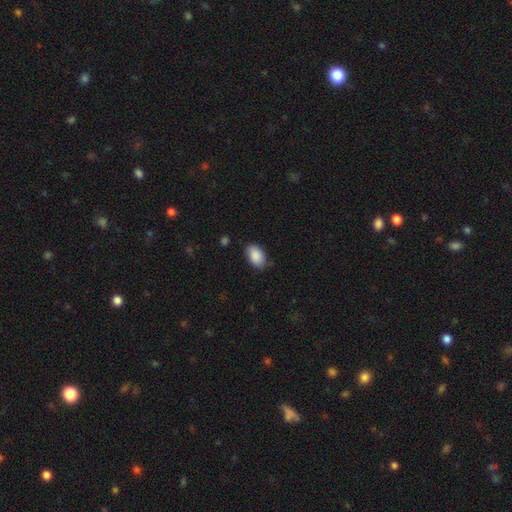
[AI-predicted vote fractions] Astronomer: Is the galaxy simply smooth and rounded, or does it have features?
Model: smooth — 90%.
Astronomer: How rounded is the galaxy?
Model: in between — 92%.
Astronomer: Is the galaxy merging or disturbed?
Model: none — 77%.